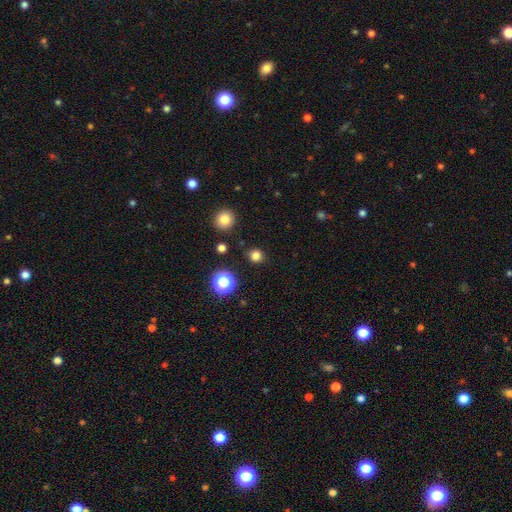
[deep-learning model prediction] The model was most divided on "smooth or featured": smooth: 78%, star or artifact: 18%, featured or disk: 4%. More confident: how rounded — round (89%); merging — none (88%).